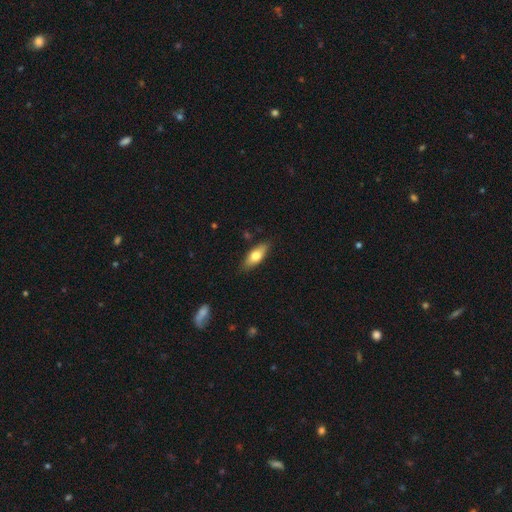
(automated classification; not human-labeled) This appears to be a smooth galaxy with no disk features (71%) that is in between round and cigar-shaped (74%). Merging: none (83%).